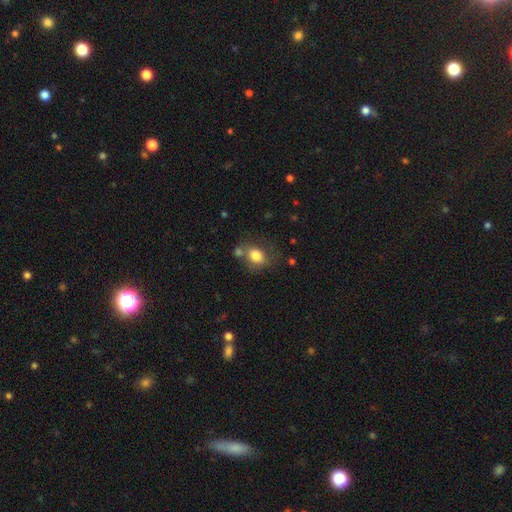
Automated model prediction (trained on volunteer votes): A smooth galaxy with no disk features (80%) that is in between round and cigar-shaped (60%). Merging: none (56%).